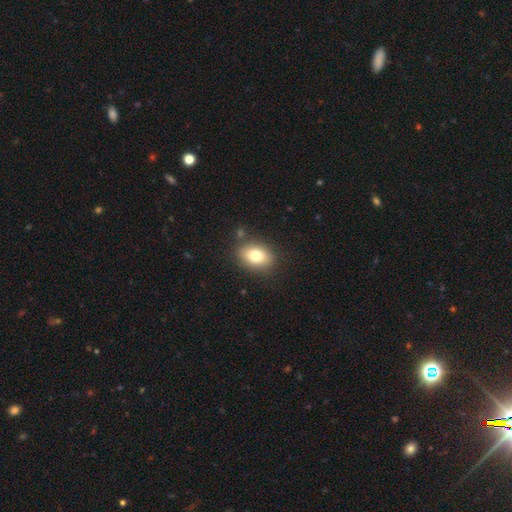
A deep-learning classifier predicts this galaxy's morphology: The model was most divided on "how rounded": in between: 78%, round: 21%, cigar-shaped: 1%. More confident: merging — none (84%); smooth or featured — smooth (79%).